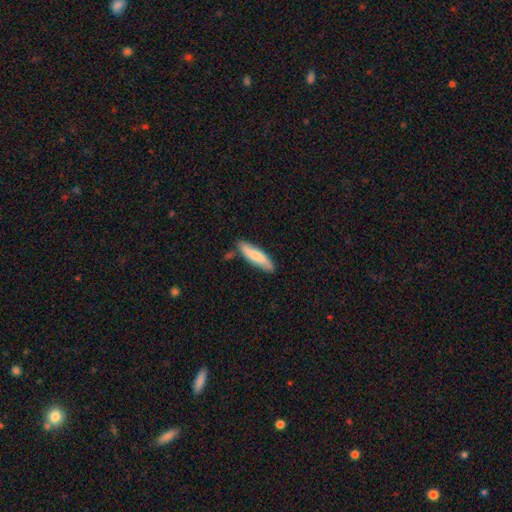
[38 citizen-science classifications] Overall: smooth (55%; featured or disk 39%). How rounded: cigar-shaped (86%). Merging: none (72%).